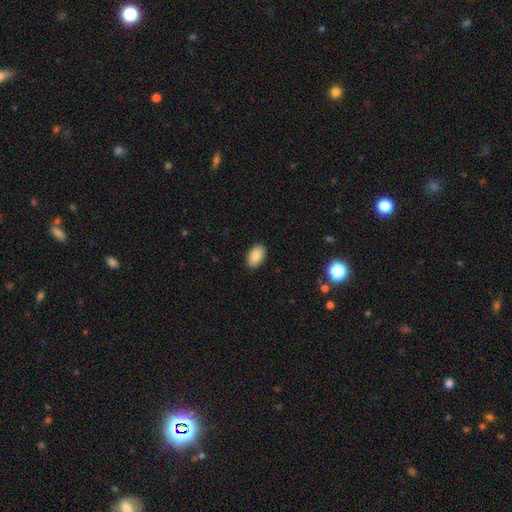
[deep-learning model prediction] The model was most divided on "smooth or featured": smooth: 89%, star or artifact: 7%, featured or disk: 4%. More confident: how rounded — in between (93%); merging — none (89%).